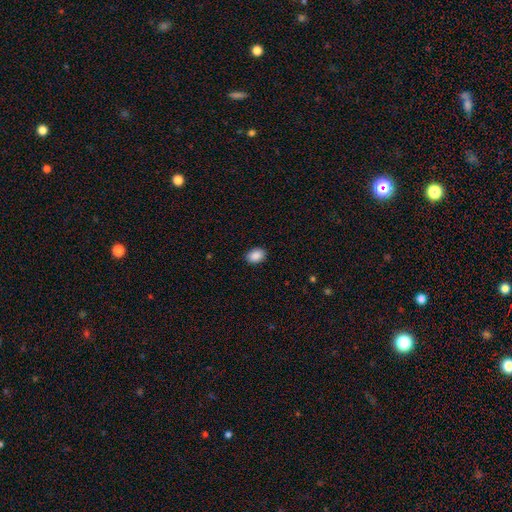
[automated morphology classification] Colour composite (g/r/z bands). It shows a smooth galaxy with no disk features (90%) that is in between round and cigar-shaped (80%). Merging: none (89%).